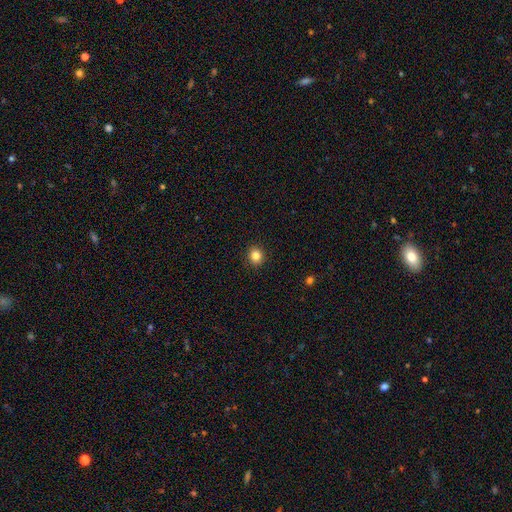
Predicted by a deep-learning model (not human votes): Smooth or featured? Predicted: smooth (p=0.83). How rounded? Predicted: round (p=0.86). Merging? Predicted: none (p=0.92).